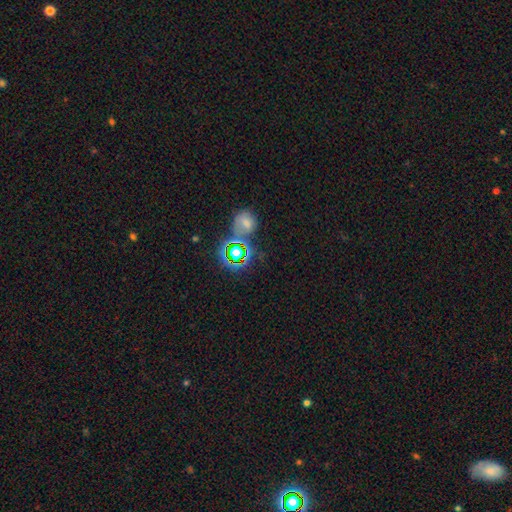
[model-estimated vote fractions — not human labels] A star or artifact, not a galaxy (47%).